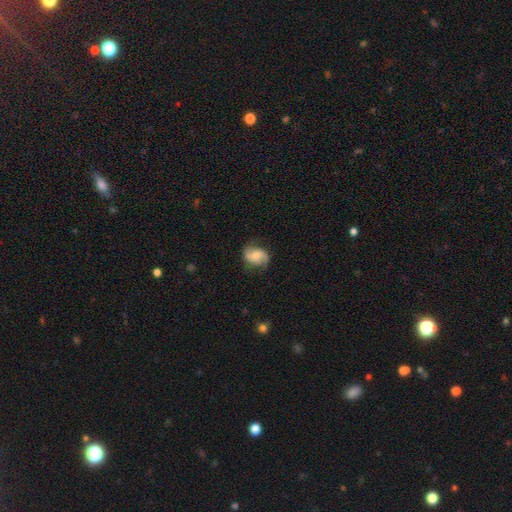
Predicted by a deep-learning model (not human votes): Smooth or featured? featured or disk (53%)
Edge-on disk? no (97%)
Bar? no (60%)
Spiral arms? yes (86%)
Bulge size? moderate (53%)
Merging? none (70%)